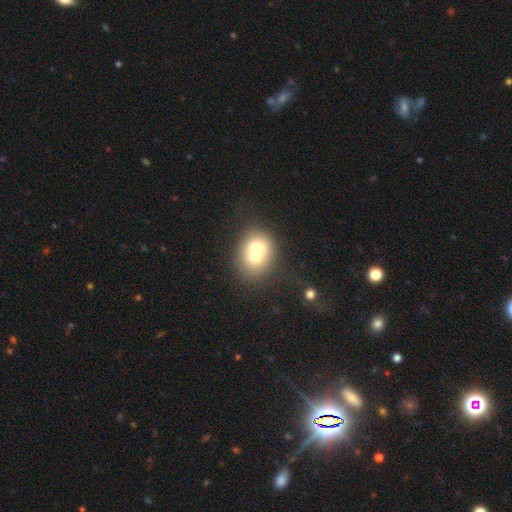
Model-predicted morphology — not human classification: smooth_or_featured: smooth (p=0.64) [alt: featured or disk p=0.26]
how_rounded: round (p=0.65) [alt: in between p=0.34]
merging: merger (p=0.63) [alt: none p=0.27]